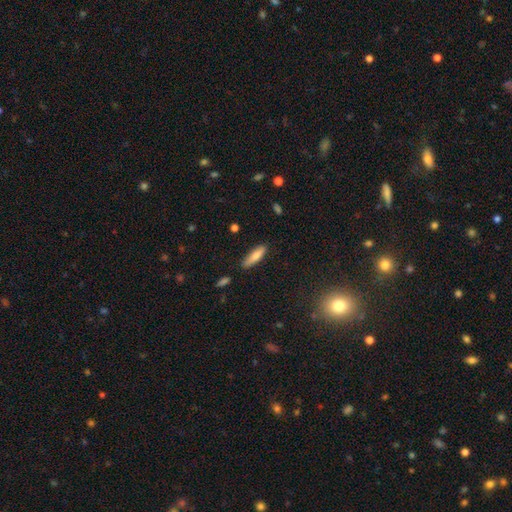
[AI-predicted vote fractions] Smooth or featured?
  - smooth: 79% *
  - featured or disk: 15%
  - star or artifact: 6%
How rounded?
  - cigar-shaped: 66% *
  - in between: 32%
  - round: 2%
Merging?
  - none: 80% *
  - minor disturbance: 15%
  - major disturbance: 3%
  - merger: 2%